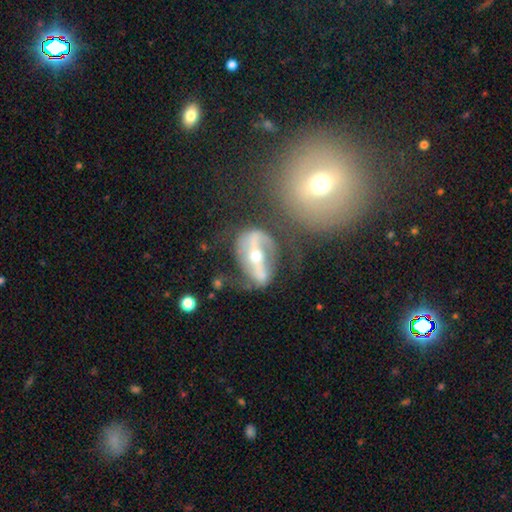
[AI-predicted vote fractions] Smooth or featured?
  - featured or disk: 80% *
  - smooth: 14%
  - star or artifact: 7%
Edge-on disk?
  - no: 89% *
  - yes: 11%
Bar?
  - strong: 71% *
  - weak: 16%
  - no: 13%
Spiral arms?
  - yes: 69% *
  - no: 31%
Bulge size?
  - moderate: 56% *
  - small: 40%
  - large: 2%
  - dominant: 1%
  - none: 1%
Merging?
  - none: 50% *
  - minor disturbance: 20%
  - major disturbance: 19%
  - merger: 12%